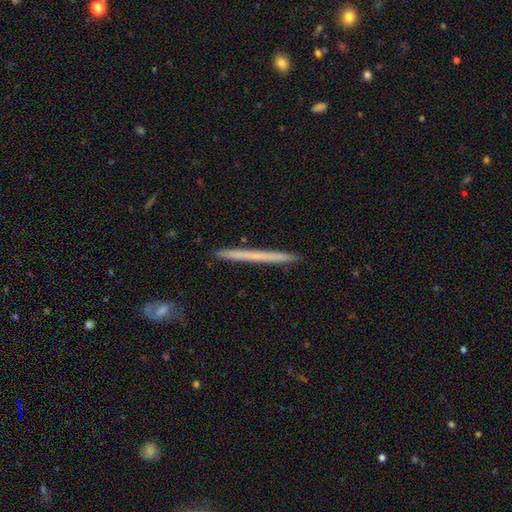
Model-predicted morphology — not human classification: type=smooth (52%); roundness=cigar-shaped (97%); merging=none (92%).